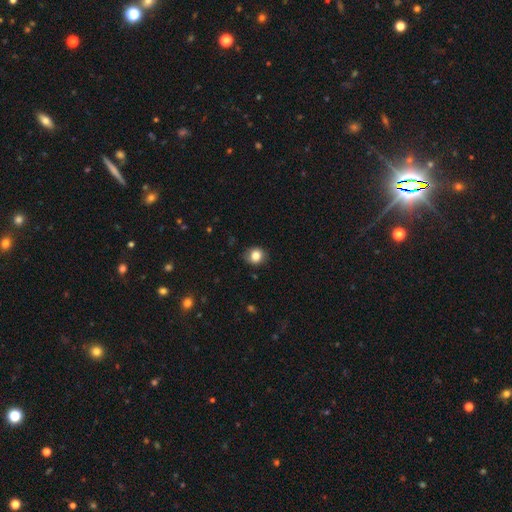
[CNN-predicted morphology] A smooth galaxy with no disk features (83%) that is round (76%). Merging: none (81%).